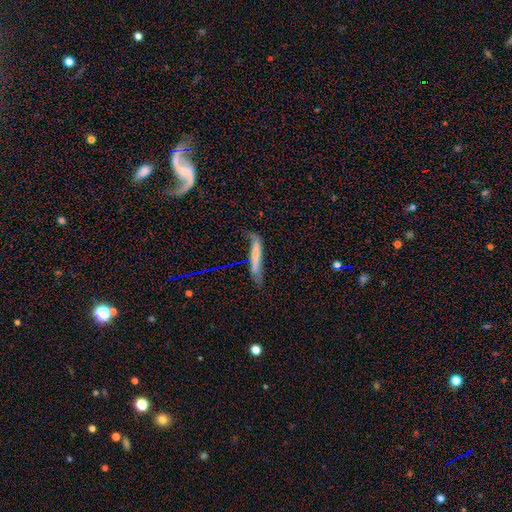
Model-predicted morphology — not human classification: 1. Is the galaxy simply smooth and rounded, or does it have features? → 55% smooth, 37% featured or disk, 9% star or artifact.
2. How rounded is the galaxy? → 90% cigar-shaped, 8% in between, 2% round.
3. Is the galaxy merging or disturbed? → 40% none, 30% minor disturbance, 22% major disturbance, 7% merger.